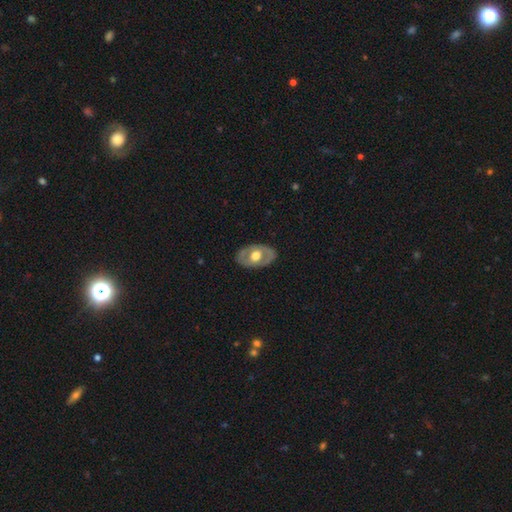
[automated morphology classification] Overall: featured or disk (57%; smooth 38%). Edge-on disk: no (89%). Bar: no (80%). Spiral arms: no (81%). Bulge size: moderate (60%; large 35%). Merging: none (82%).